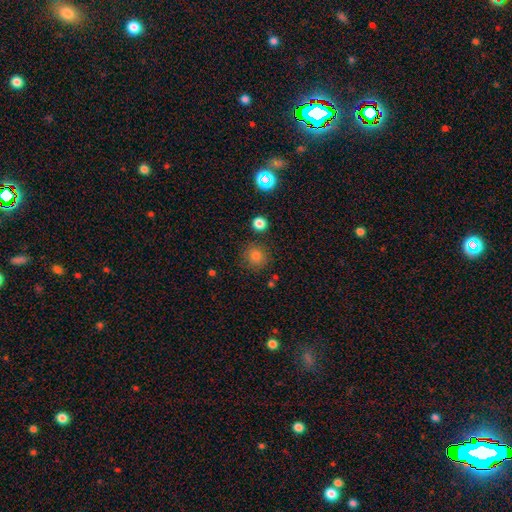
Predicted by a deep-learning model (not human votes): A smooth galaxy with no disk features (79%) that is round (91%). Merging: none (85%).